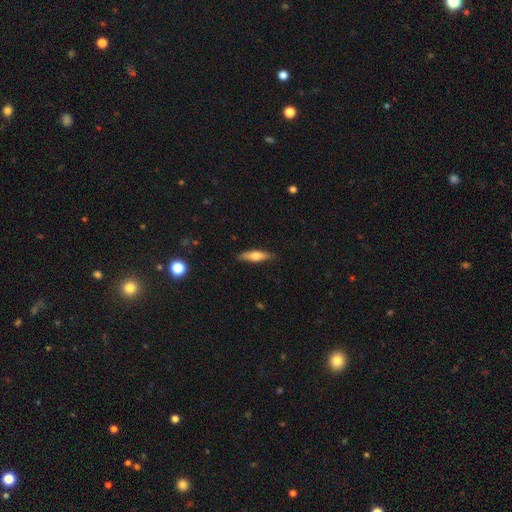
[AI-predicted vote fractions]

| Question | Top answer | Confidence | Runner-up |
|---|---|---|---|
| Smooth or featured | smooth | 62% | featured or disk (32%) |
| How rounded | cigar-shaped | 67% | in between (31%) |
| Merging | none | 86% | minor disturbance (11%) |